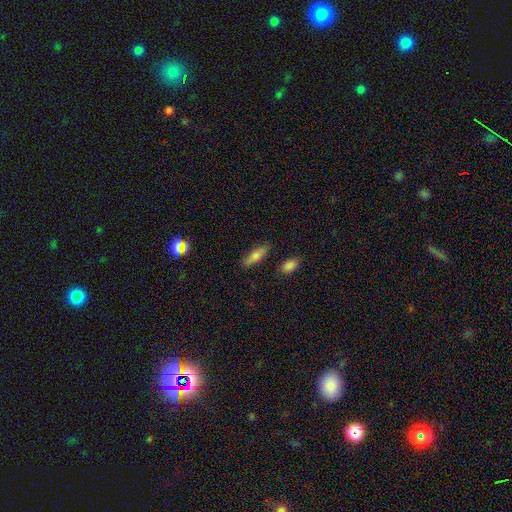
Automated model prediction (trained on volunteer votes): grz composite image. It shows a smooth galaxy with no disk features (70%) that is cigar-shaped (50%). Merging: none (83%).